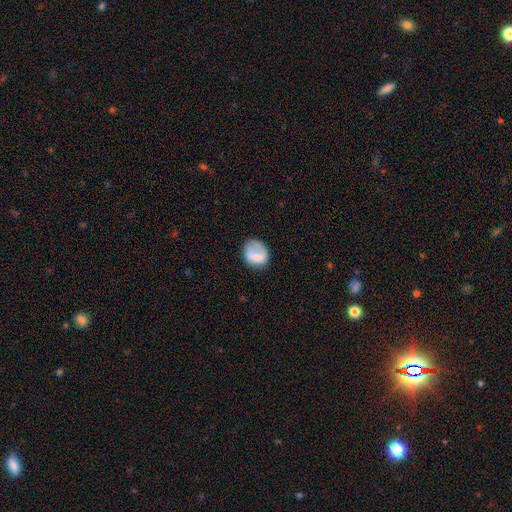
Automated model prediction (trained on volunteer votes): smooth-or-featured: smooth: 72% | featured or disk: 20% | star or artifact: 8%
  how-rounded: round: 58% | in between: 41% | cigar-shaped: 1%
  merging: none: 55% | minor disturbance: 25% | major disturbance: 18% | merger: 2%